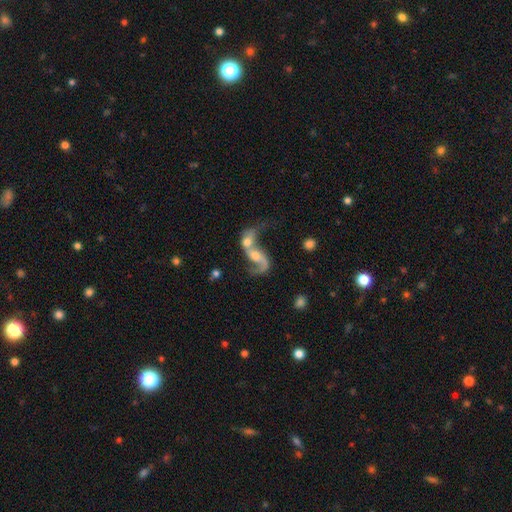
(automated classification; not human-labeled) A featured or disk galaxy (70%) with no bar (56%), 2 (65%) loose (79%) spiral arms (81%) and a moderate central bulge (49%). Merging: merger (74%).